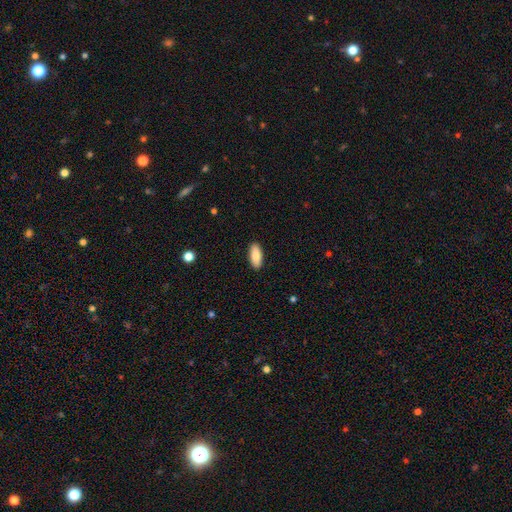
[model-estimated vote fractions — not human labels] Smooth or featured? Predicted: smooth (p=0.85). How rounded? Predicted: in between (p=0.84). Merging? Predicted: none (p=0.90).